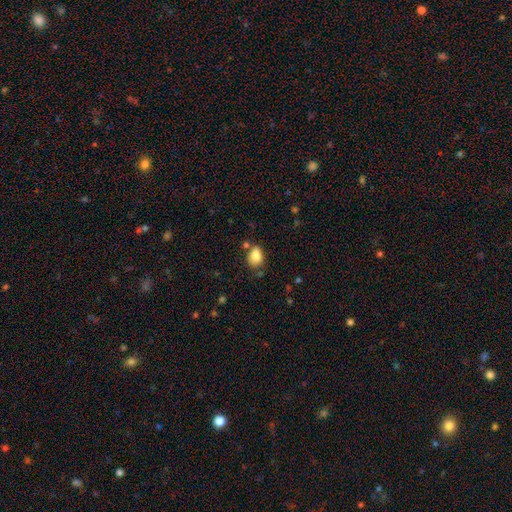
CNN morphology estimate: This appears to be a smooth galaxy with no disk features (86%) that is in between round and cigar-shaped (77%). Merging: none (65%).